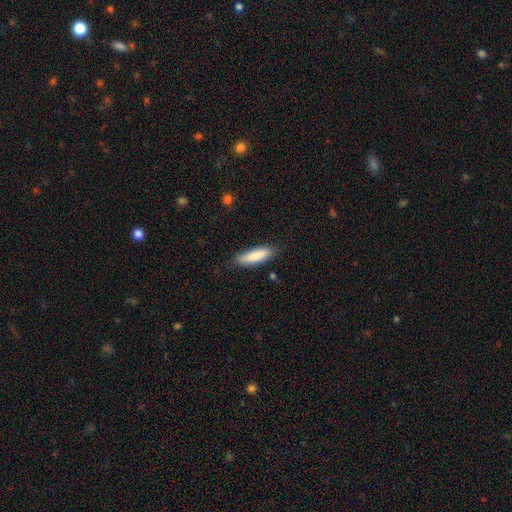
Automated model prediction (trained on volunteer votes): The model was most divided on "how rounded": cigar-shaped: 60%, in between: 38%, round: 1%. More confident: smooth or featured — smooth (84%); merging — none (81%).